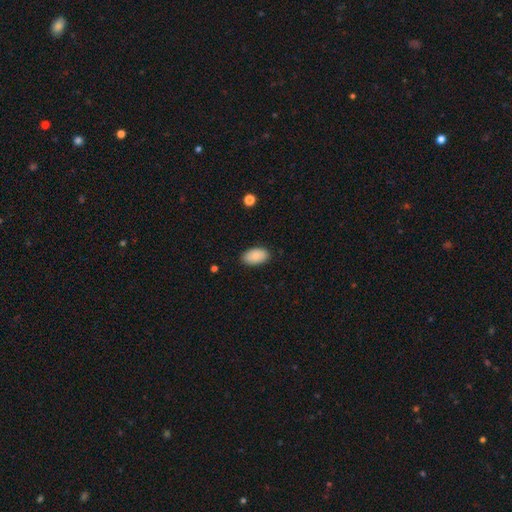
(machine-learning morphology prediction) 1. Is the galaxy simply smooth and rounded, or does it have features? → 86% smooth, 7% featured or disk, 7% star or artifact.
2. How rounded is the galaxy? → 94% in between, 5% round, 1% cigar-shaped.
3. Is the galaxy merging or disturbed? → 86% none, 11% minor disturbance, 2% major disturbance, 1% merger.